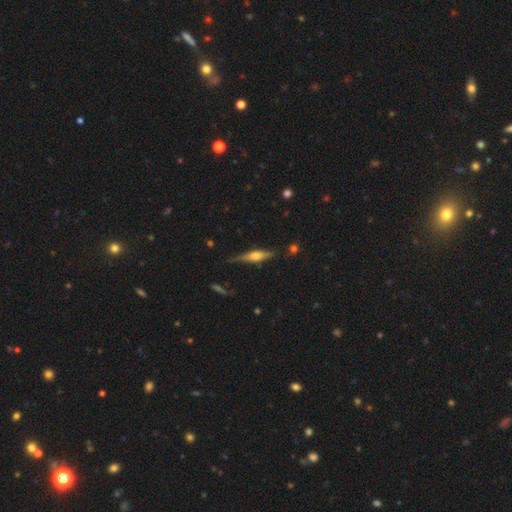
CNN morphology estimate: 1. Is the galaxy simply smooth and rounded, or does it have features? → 61% featured or disk, 32% smooth, 7% star or artifact.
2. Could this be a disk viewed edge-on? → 95% yes, 5% no.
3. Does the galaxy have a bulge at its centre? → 85% rounded, 10% boxy, 5% none.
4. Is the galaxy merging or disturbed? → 76% none, 17% minor disturbance, 4% major disturbance, 3% merger.